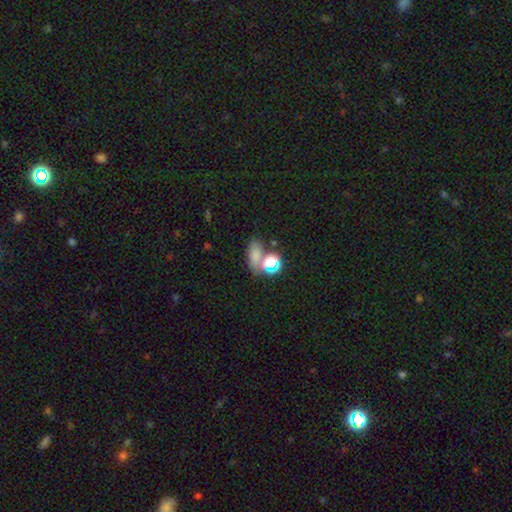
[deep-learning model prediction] Overall: smooth (64%; star or artifact 27%). How rounded: in between (71%). Merging: none (54%; merger 25%).